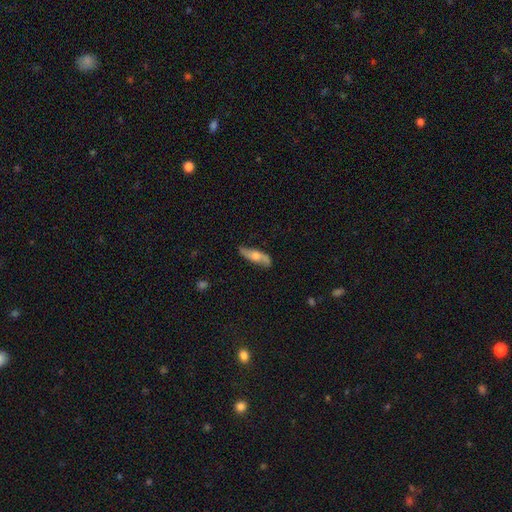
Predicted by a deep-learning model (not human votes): smooth_or_featured: featured or disk (p=0.57) [alt: smooth p=0.37]
disk_edge_on: no (p=0.59) [alt: yes p=0.41]
merging: none (p=0.79) [alt: minor disturbance p=0.16]